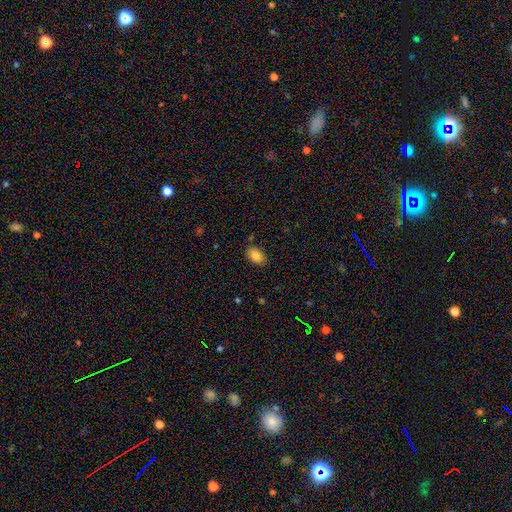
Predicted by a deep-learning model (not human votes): A smooth galaxy with no disk features (84%) that is in between round and cigar-shaped (85%). Merging: none (84%).